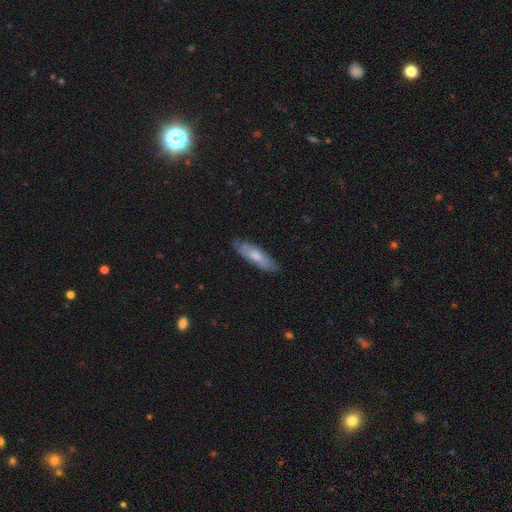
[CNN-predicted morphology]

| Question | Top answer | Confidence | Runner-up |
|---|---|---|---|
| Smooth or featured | smooth | 61% | featured or disk (33%) |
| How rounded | cigar-shaped | 59% | in between (39%) |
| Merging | none | 77% | minor disturbance (18%) |